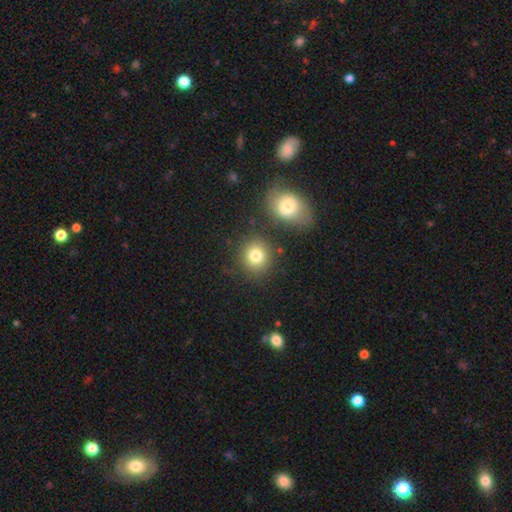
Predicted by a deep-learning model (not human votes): Smooth or featured: smooth — 80% (star or artifact — 11%)
How rounded: round — 85% (in between — 14%)
Merging: none — 78% (merger — 10%)